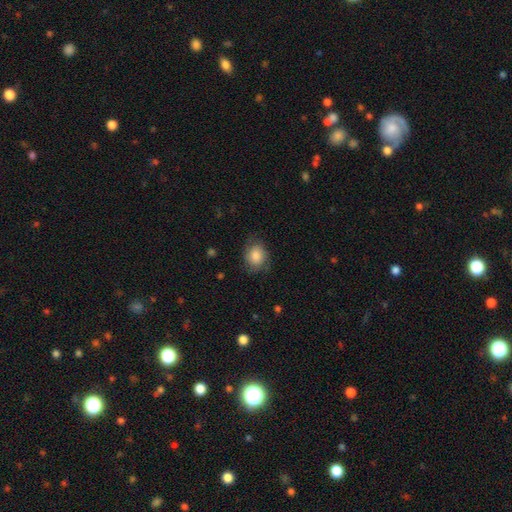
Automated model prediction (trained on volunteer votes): This is likely a smooth galaxy (78%). How rounded: possibly round (53%). Merging: likely none (70%).